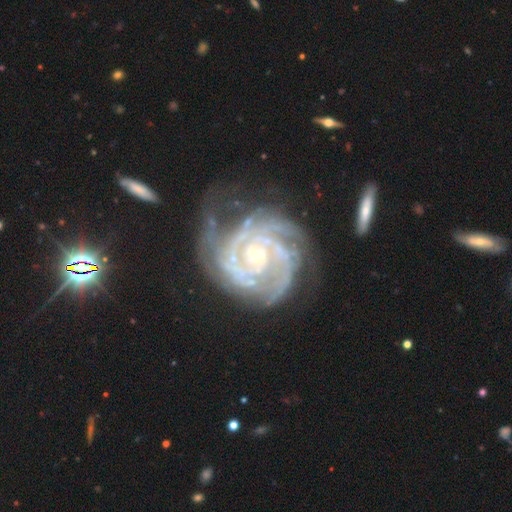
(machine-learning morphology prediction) Smooth or featured: featured or disk — 91% (star or artifact — 6%)
Edge-on disk: no — 98% (yes — 2%)
Bar: no — 73% (weak — 19%)
Spiral arms: yes — 98% (no — 2%)
Spiral winding: tight — 75% (medium — 22%)
Spiral arm count: 3 — 28% (2 — 22%)
Bulge size: small — 79% (moderate — 17%)
Merging: none — 52% (minor disturbance — 25%)